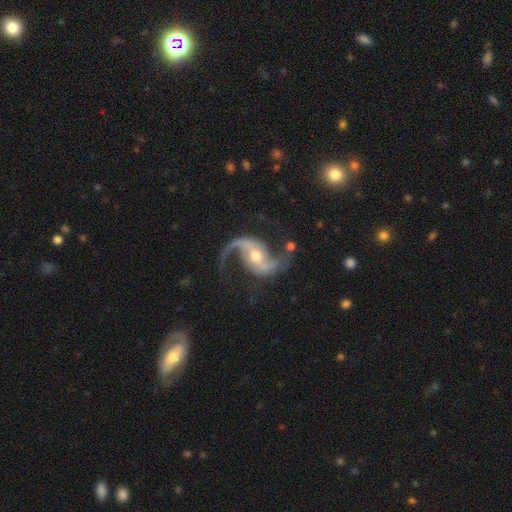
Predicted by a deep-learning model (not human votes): A featured or disk galaxy (93%) with a weak bar (35%), 2 (94%) loose (63%) spiral arms (98%) and a moderate central bulge (66%). Merging: none (76%).